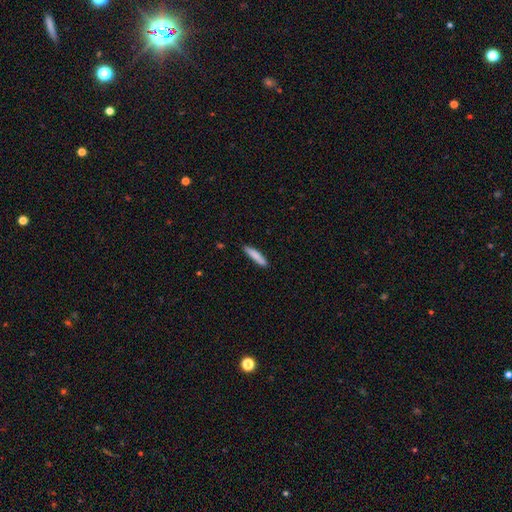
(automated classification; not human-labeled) This appears to be a smooth galaxy with no disk features (83%) that is cigar-shaped (87%). Merging: none (87%).